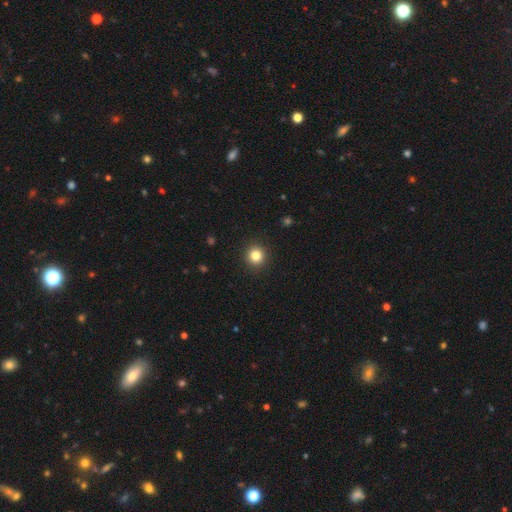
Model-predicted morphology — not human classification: Smooth or featured? smooth (82%)
How rounded? round (93%)
Merging? none (92%)